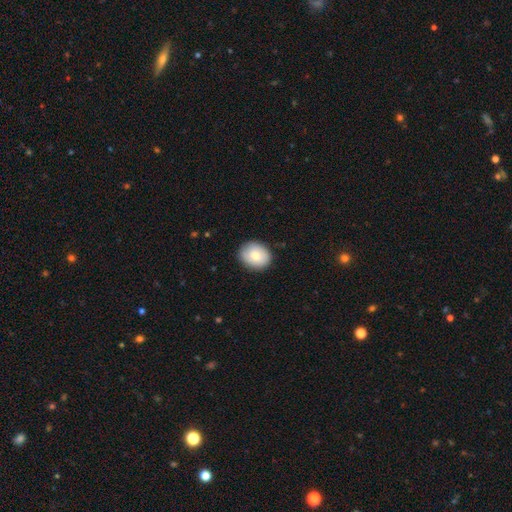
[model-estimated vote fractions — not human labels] Smooth or featured? Predicted: smooth (p=0.73). How rounded? Predicted: round (p=0.63). Merging? Predicted: none (p=0.84).